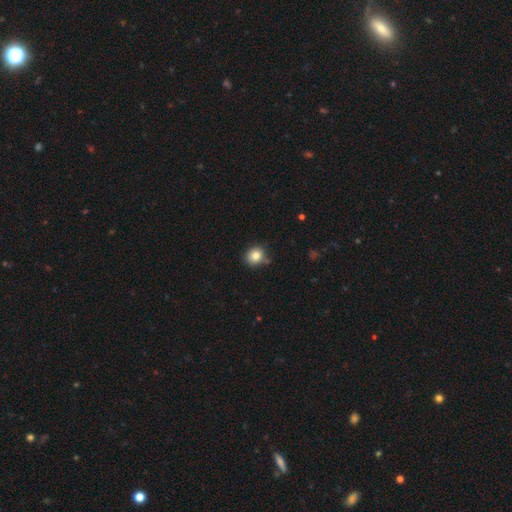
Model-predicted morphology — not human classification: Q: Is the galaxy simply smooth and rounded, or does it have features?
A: smooth — 82%.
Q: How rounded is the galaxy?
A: round — 82%.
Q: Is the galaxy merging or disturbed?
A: none — 79%.